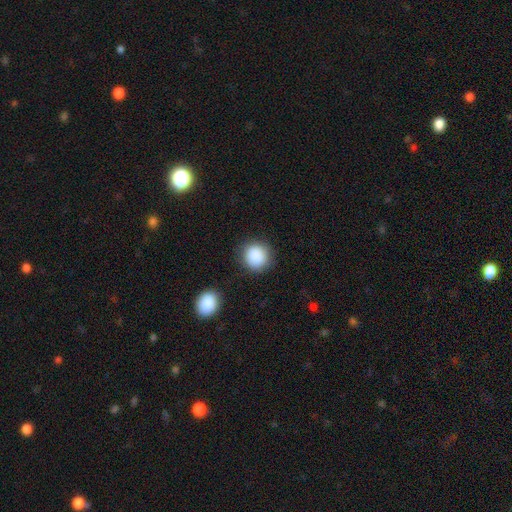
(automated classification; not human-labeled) Overall: smooth (88%). How rounded: round (90%). Merging: none (85%).